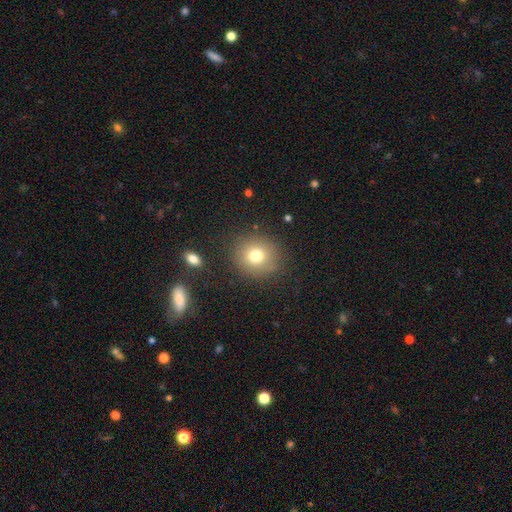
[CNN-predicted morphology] Smooth or featured?
  - smooth: 75% *
  - star or artifact: 13%
  - featured or disk: 12%
How rounded?
  - round: 88% *
  - in between: 12%
  - cigar-shaped: 1%
Merging?
  - none: 85% *
  - minor disturbance: 9%
  - major disturbance: 4%
  - merger: 2%